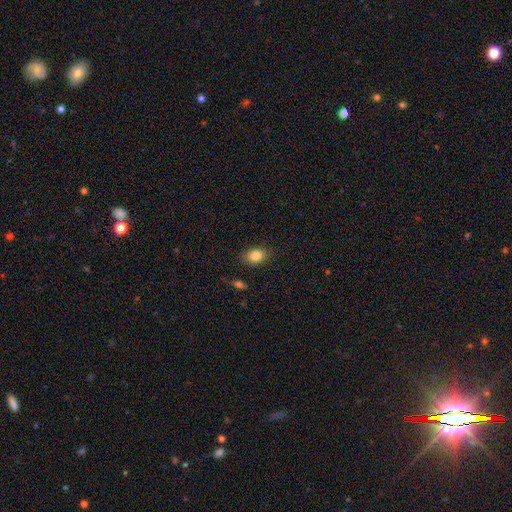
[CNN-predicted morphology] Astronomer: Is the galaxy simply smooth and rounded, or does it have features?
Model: smooth — 83%.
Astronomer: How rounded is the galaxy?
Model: in between — 76%.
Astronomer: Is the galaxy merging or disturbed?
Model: none — 84%.